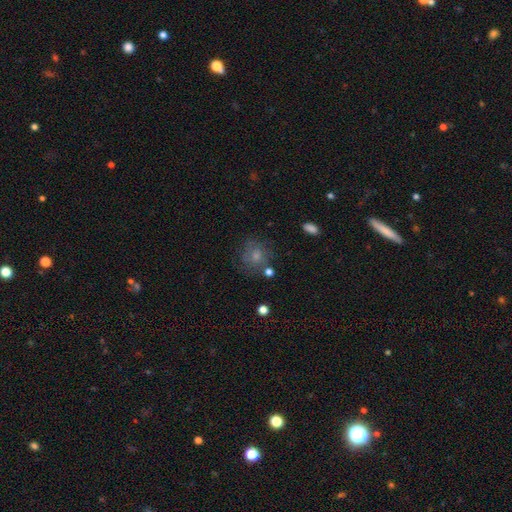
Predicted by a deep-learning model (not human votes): smooth-or-featured: smooth: 70% | featured or disk: 19% | star or artifact: 11%
  how-rounded: round: 80% | in between: 19% | cigar-shaped: 1%
  merging: none: 63% | minor disturbance: 20% | major disturbance: 12% | merger: 6%